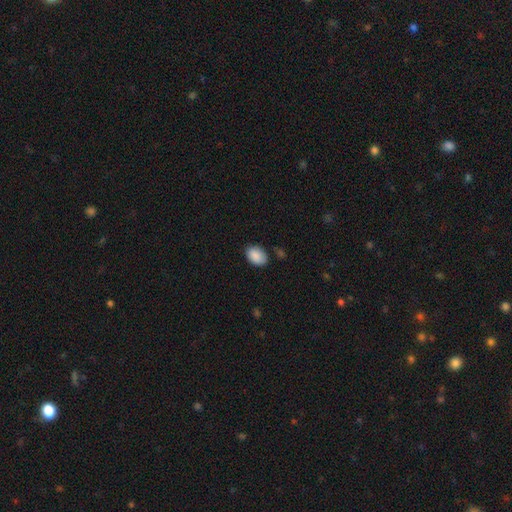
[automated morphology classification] smooth_or_featured: smooth (p=0.89) [alt: star or artifact p=0.07]
how_rounded: in between (p=0.82) [alt: round p=0.17]
merging: none (p=0.79) [alt: minor disturbance p=0.16]